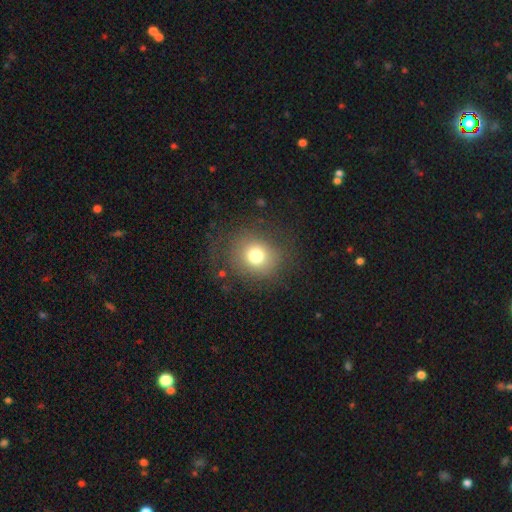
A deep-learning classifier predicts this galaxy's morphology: The model was most divided on "smooth or featured": smooth: 75%, star or artifact: 13%, featured or disk: 12%. More confident: how rounded — round (81%); merging — none (76%).